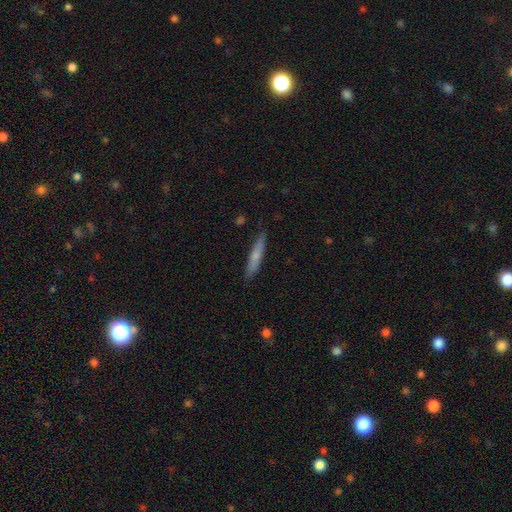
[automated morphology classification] A smooth galaxy with no disk features (64%) that is cigar-shaped (91%). Merging: none (85%).